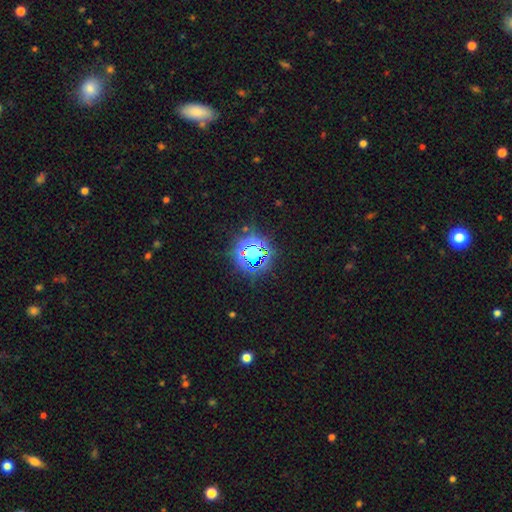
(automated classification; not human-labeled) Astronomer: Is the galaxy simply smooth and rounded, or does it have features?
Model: star or artifact — 73%.